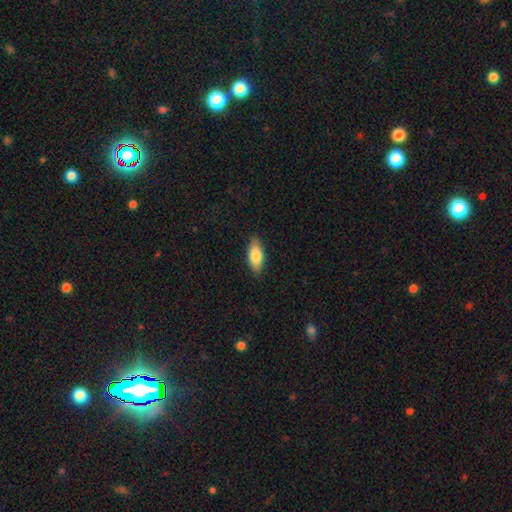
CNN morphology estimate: smooth 80%, featured or disk 14%, star or artifact 6%. Down the decision tree: how rounded — in between (78%); merging — none (88%).